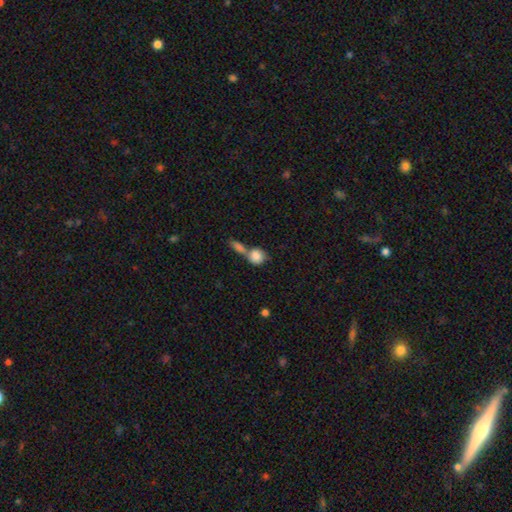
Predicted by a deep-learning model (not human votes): A smooth galaxy with no disk features (84%) that is round (74%). Merging: merger (57%).